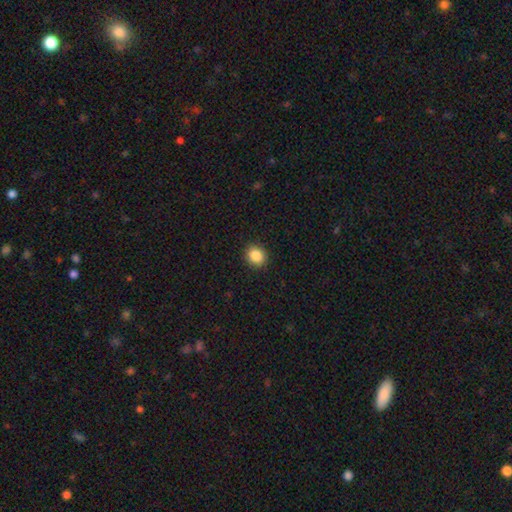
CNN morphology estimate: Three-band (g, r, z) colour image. It shows a smooth galaxy with no disk features (87%) that is round (73%). Merging: none (91%).